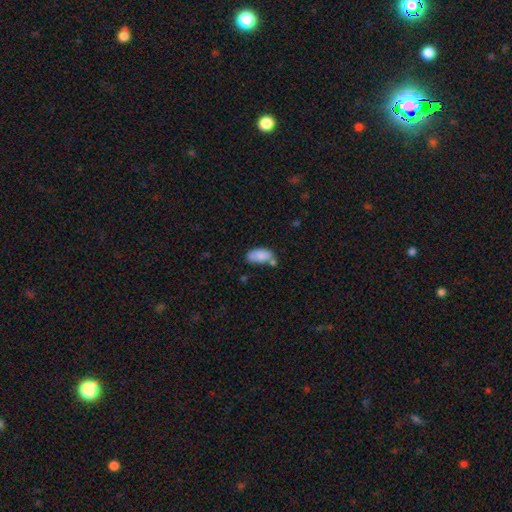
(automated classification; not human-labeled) This is clearly a smooth galaxy (85%). How rounded: clearly in between (91%). Merging: possibly none (56%).